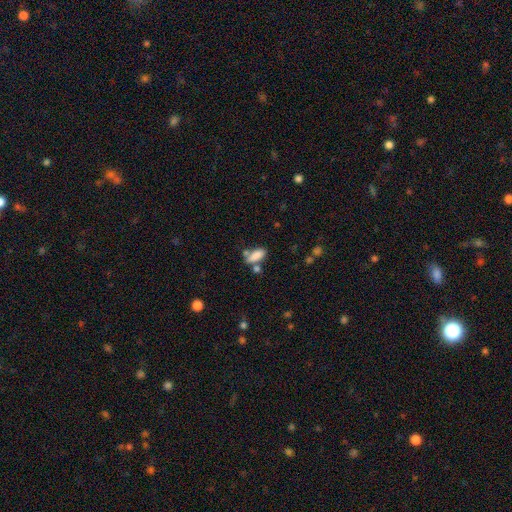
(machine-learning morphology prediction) Overall: smooth (83%). How rounded: in between (78%). Merging: none (54%; merger 24%).